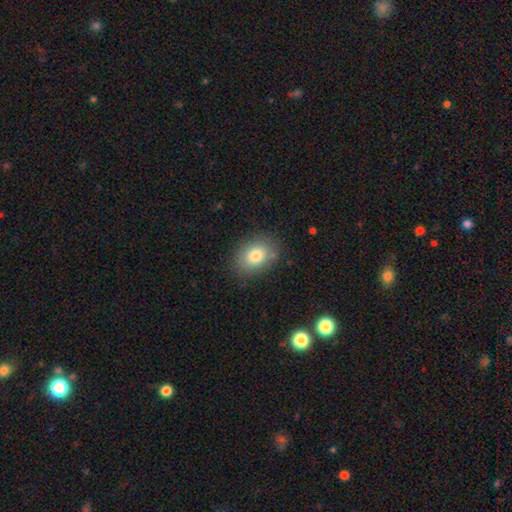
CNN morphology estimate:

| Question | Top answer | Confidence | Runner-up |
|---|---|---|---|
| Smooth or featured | smooth | 79% | featured or disk (11%) |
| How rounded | in between | 65% | round (34%) |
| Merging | none | 82% | minor disturbance (12%) |